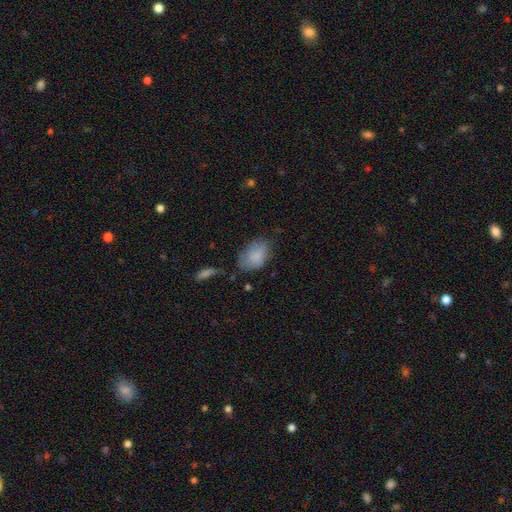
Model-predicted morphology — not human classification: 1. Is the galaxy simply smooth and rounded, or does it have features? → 83% smooth, 10% featured or disk, 8% star or artifact.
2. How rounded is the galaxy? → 89% in between, 9% round, 1% cigar-shaped.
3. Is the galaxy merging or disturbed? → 56% none, 30% minor disturbance, 10% major disturbance, 4% merger.